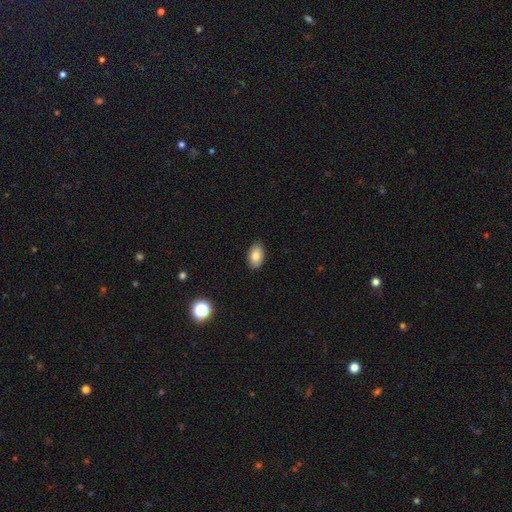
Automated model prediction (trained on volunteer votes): Smooth or featured? Predicted: smooth (p=0.83). How rounded? Predicted: in between (p=0.91). Merging? Predicted: none (p=0.87).